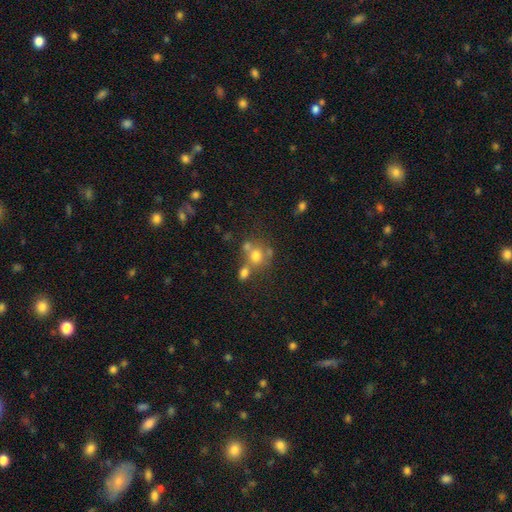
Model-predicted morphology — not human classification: This appears to be a smooth galaxy with no disk features (66%) that is round (78%). Merging: none (46%).